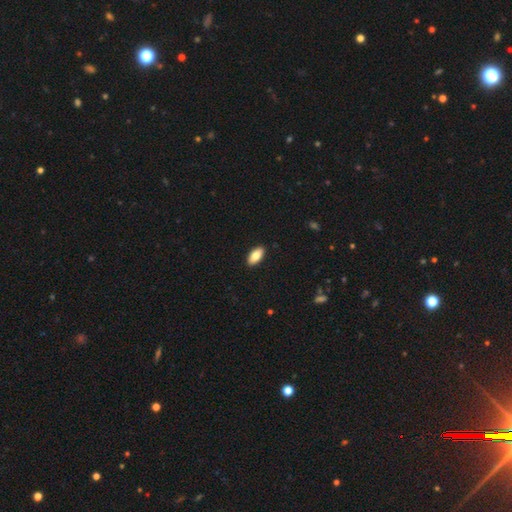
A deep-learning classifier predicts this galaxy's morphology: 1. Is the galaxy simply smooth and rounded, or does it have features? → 82% smooth, 12% featured or disk, 6% star or artifact.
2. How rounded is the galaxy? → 92% in between, 6% cigar-shaped, 3% round.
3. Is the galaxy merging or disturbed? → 91% none, 7% minor disturbance, 2% major disturbance, 1% merger.